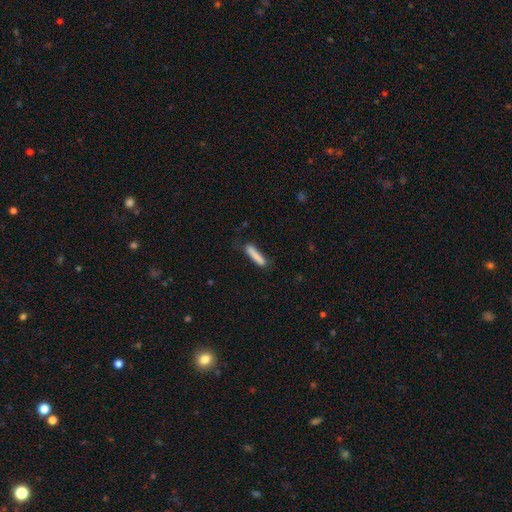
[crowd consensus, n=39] Volunteers were most divided on "merging": none: 78%, minor disturbance: 14%, major disturbance: 8%, merger: 0%. More confident: how rounded — cigar-shaped (97%); smooth or featured — smooth (85%).